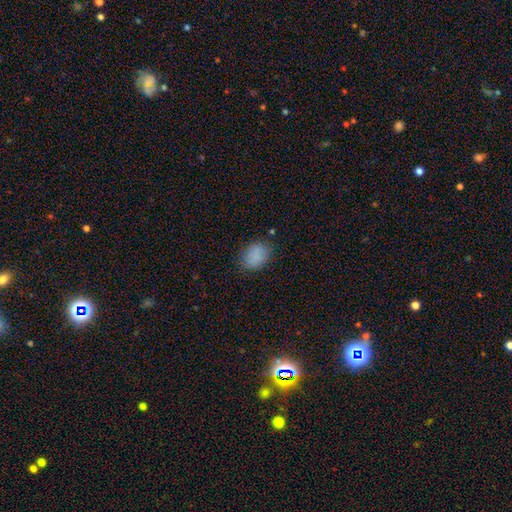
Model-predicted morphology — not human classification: smooth-or-featured: smooth: 85% | star or artifact: 9% | featured or disk: 6%
  how-rounded: in between: 64% | round: 35% | cigar-shaped: 1%
  merging: none: 80% | minor disturbance: 15% | major disturbance: 4% | merger: 1%